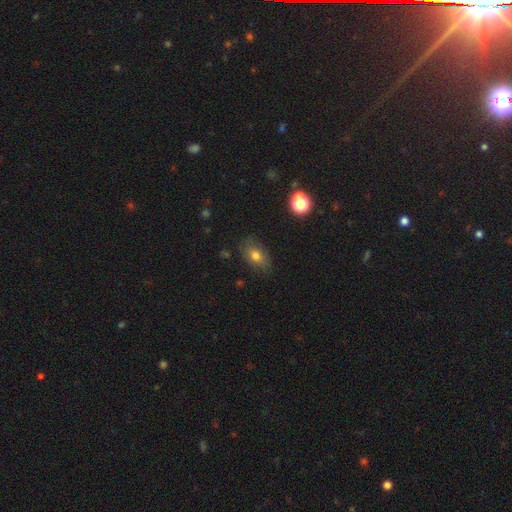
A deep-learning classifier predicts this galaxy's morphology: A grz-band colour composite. It shows a smooth galaxy with no disk features (73%) that is in between round and cigar-shaped (82%). Merging: none (77%).